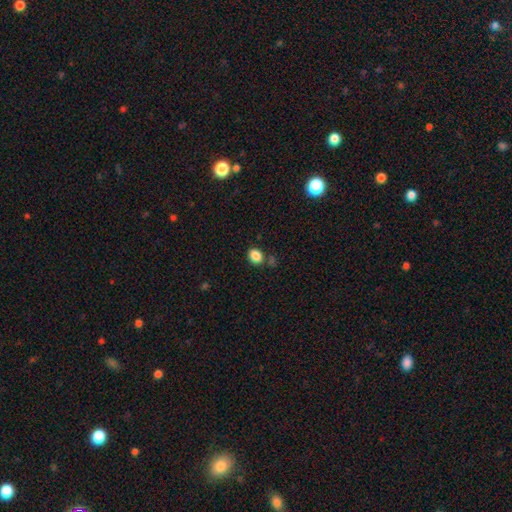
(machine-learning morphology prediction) A smooth galaxy with no disk features (86%) that is in between round and cigar-shaped (50%).

Vote fractions:
- Smooth or featured? smooth: 86% / star or artifact: 10% / featured or disk: 4%
- How rounded? in between: 50% / round: 49% / cigar-shaped: 1%
- Merging? none: 75% / minor disturbance: 13% / merger: 8% / major disturbance: 4%